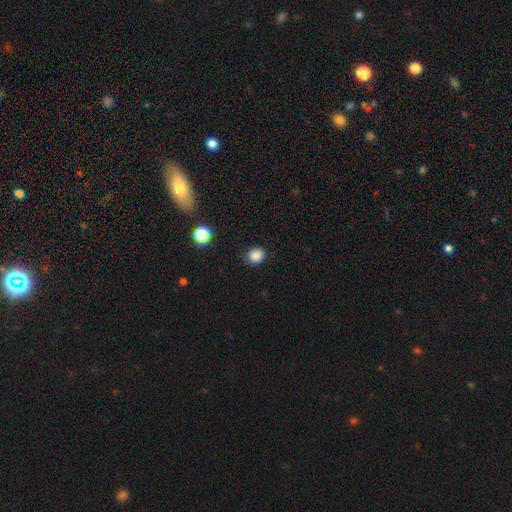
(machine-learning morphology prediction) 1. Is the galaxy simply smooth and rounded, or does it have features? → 85% smooth, 11% star or artifact, 3% featured or disk.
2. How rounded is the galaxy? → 76% round, 23% in between, 1% cigar-shaped.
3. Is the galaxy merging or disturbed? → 84% none, 11% minor disturbance, 3% major disturbance, 1% merger.